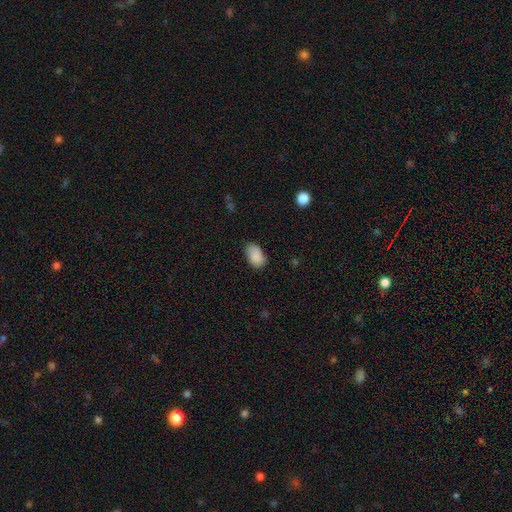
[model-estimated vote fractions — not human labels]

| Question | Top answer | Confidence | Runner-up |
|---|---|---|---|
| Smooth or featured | smooth | 87% | star or artifact (7%) |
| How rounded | in between | 90% | round (9%) |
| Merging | none | 73% | minor disturbance (22%) |